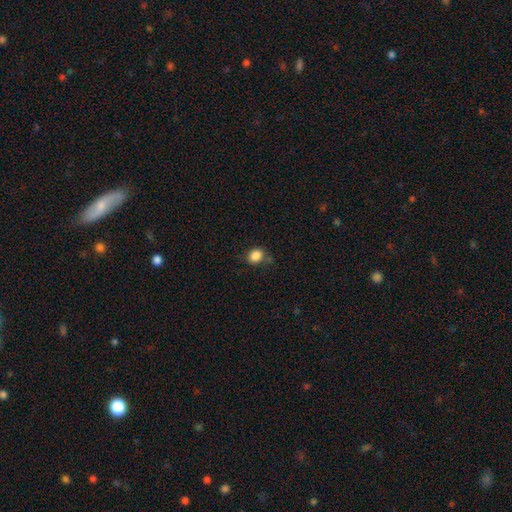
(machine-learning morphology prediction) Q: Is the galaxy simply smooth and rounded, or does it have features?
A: smooth — 86%.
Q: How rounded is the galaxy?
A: round — 54%.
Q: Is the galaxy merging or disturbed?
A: none — 70%.